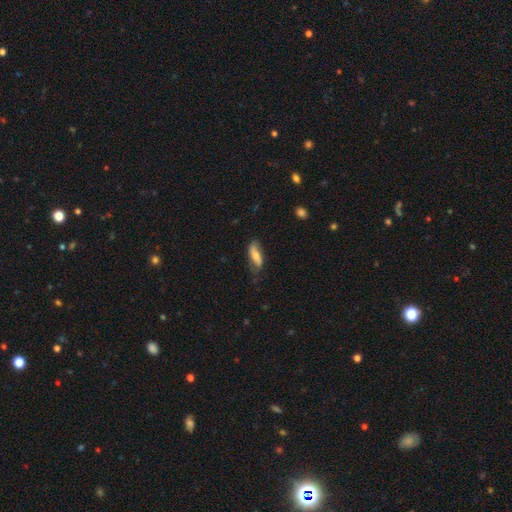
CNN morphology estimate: Smooth or featured: smooth — 55% (featured or disk — 39%)
How rounded: in between — 63% (cigar-shaped — 34%)
Merging: none — 59% (minor disturbance — 29%)